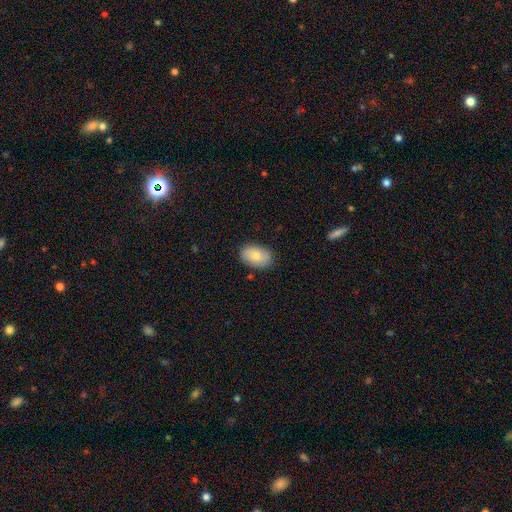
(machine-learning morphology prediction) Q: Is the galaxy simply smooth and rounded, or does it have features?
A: smooth — 78%.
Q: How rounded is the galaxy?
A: in between — 88%.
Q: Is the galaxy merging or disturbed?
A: none — 80%.